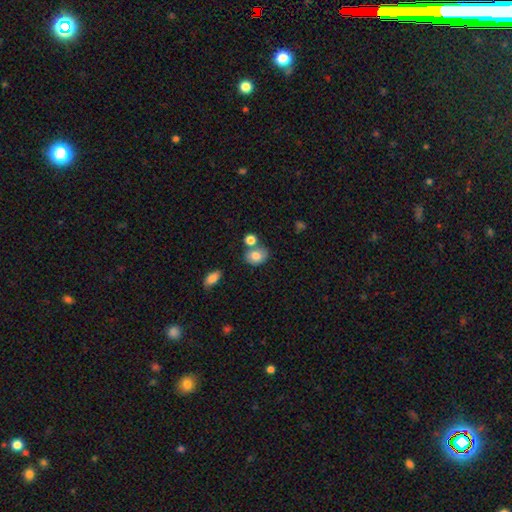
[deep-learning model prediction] The model was most divided on "how rounded": in between: 53%, round: 45%, cigar-shaped: 1%. More confident: smooth or featured — smooth (80%); merging — none (58%).